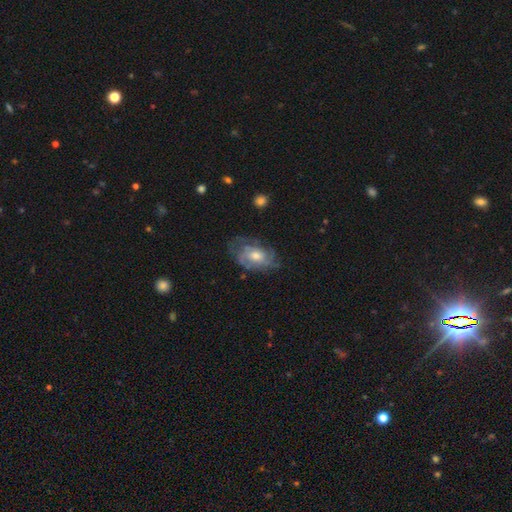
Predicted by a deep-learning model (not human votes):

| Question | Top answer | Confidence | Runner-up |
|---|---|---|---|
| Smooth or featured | featured or disk | 71% | smooth (21%) |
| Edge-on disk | no | 95% | yes (5%) |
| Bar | no | 72% | weak (25%) |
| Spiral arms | yes | 84% | no (16%) |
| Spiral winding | tight | 50% | medium (37%) |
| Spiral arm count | can't tell | 48% | 2 (19%) |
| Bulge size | moderate | 66% | small (22%) |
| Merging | none | 64% | minor disturbance (23%) |